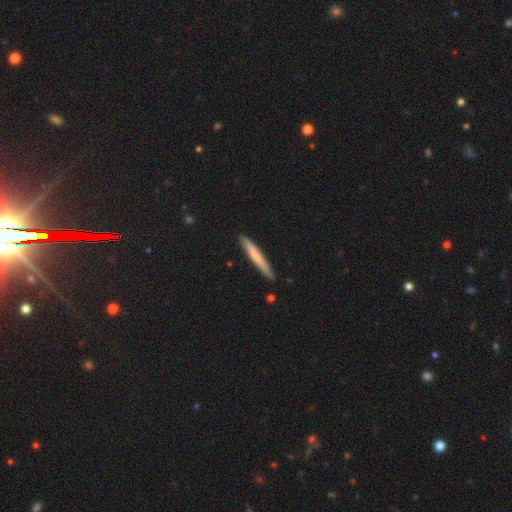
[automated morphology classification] smooth_or_featured: smooth (p=0.63) [alt: featured or disk p=0.32]
how_rounded: cigar-shaped (p=0.96) [alt: in between p=0.02]
merging: none (p=0.88) [alt: minor disturbance p=0.09]